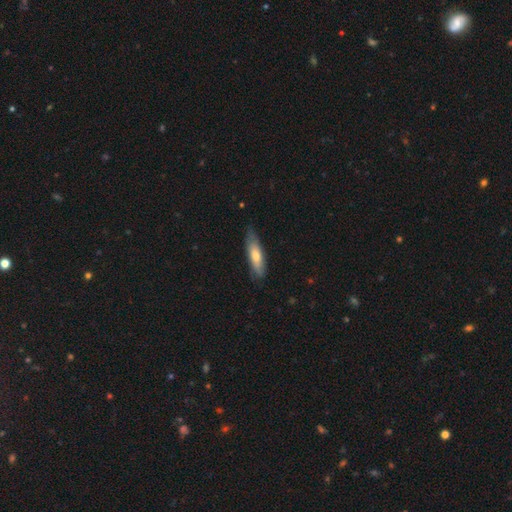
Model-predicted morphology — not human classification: Overall: smooth (65%; featured or disk 30%). How rounded: cigar-shaped (67%; in between 32%). Merging: none (76%).